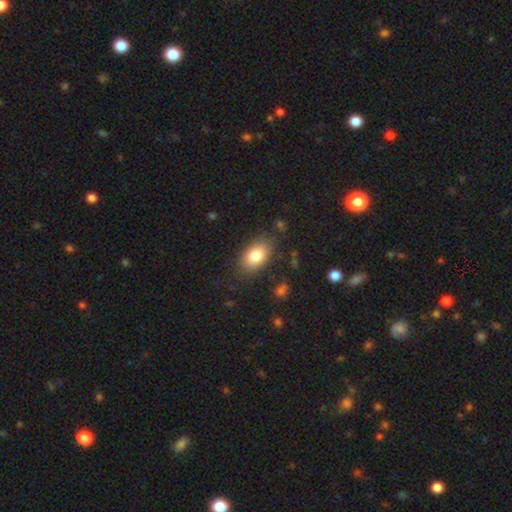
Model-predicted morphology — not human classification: Smooth or featured?
  - smooth: 81% *
  - featured or disk: 11%
  - star or artifact: 7%
How rounded?
  - in between: 89% *
  - round: 9%
  - cigar-shaped: 2%
Merging?
  - none: 81% *
  - minor disturbance: 13%
  - major disturbance: 4%
  - merger: 2%